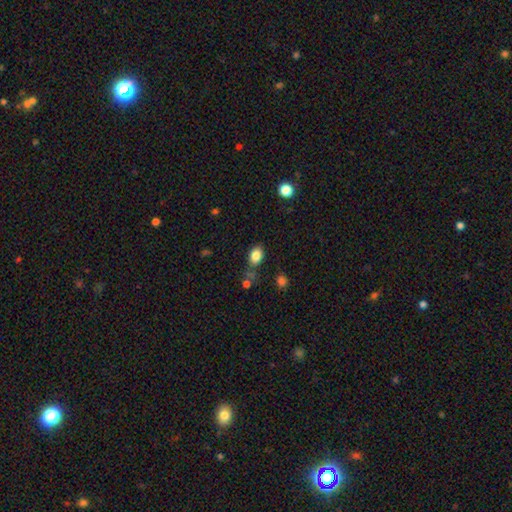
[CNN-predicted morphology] Overall: smooth (85%). How rounded: in between (78%). Merging: none (73%).